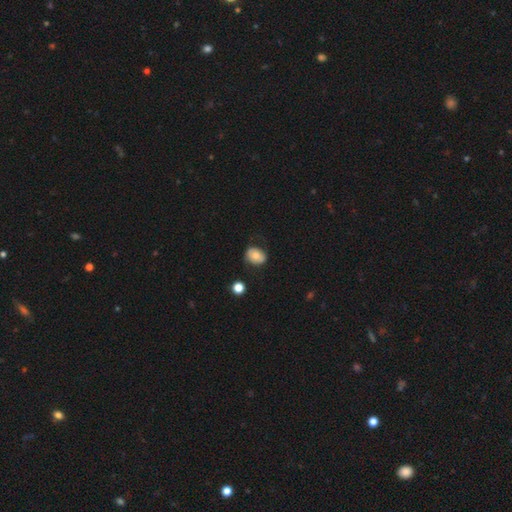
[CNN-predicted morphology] Smooth or featured? smooth (67%)
How rounded? in between (60%)
Merging? none (68%)